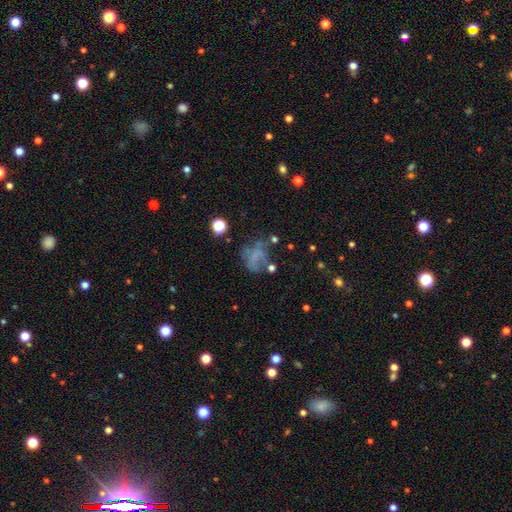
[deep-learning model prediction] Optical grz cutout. It shows a smooth galaxy with no disk features (44%). Merging: none (40%).